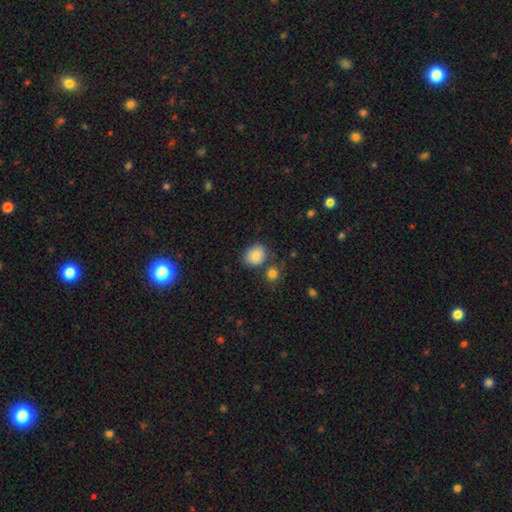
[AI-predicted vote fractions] Overall: smooth (86%). How rounded: round (55%; in between 44%). Merging: none (71%).